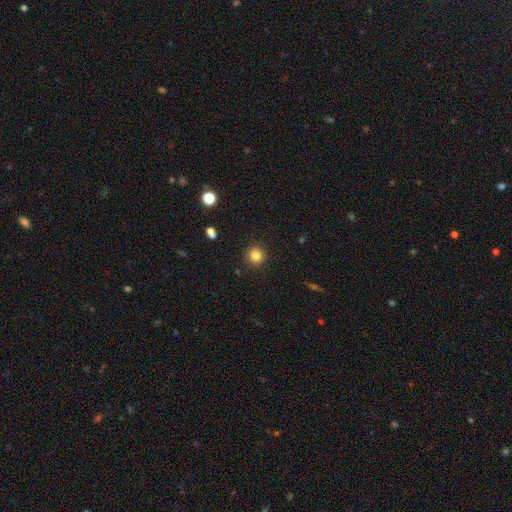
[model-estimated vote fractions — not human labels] A smooth galaxy with no disk features (84%) that is round (92%). Merging: none (90%).